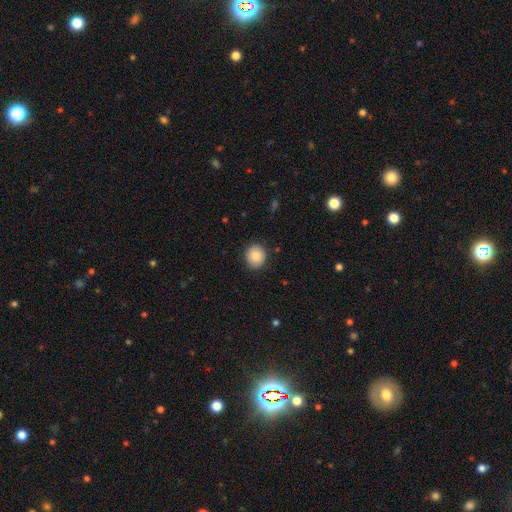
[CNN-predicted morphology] Smooth or featured? Predicted: smooth (p=0.85). How rounded? Predicted: round (p=0.83). Merging? Predicted: none (p=0.89).